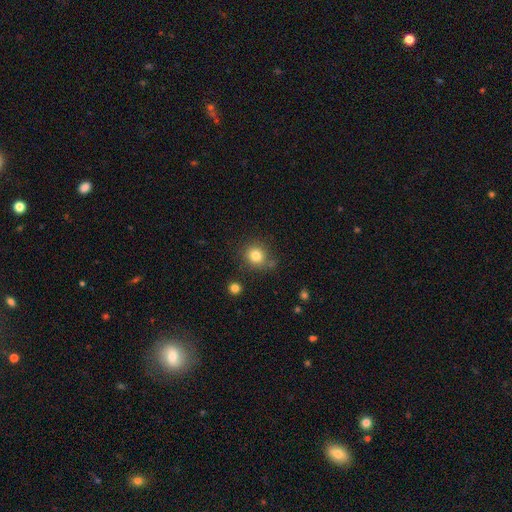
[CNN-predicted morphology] Q: Smooth or featured?
A: smooth (81%); runner-up: star or artifact (12%)
Q: How rounded?
A: round (85%); runner-up: in between (14%)
Q: Merging?
A: none (75%); runner-up: minor disturbance (14%)